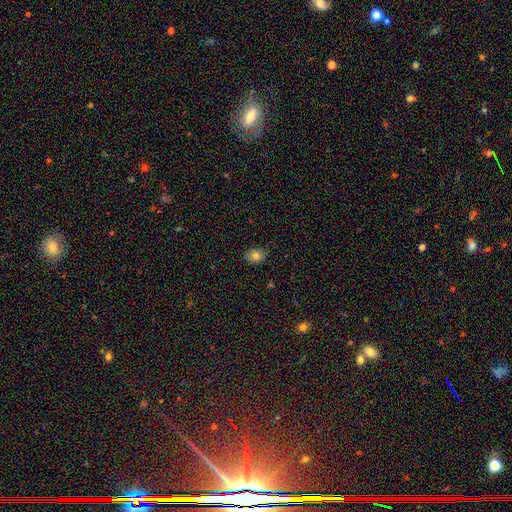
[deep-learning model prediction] A smooth galaxy with no disk features (80%) that is in between round and cigar-shaped (61%). Merging: none (83%).